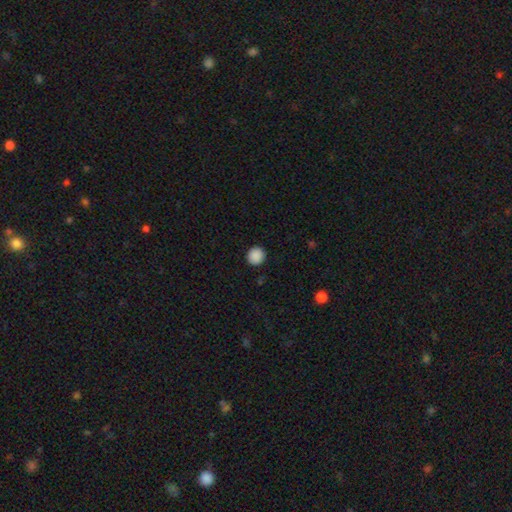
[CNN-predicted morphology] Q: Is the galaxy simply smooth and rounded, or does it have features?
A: smooth — 89%.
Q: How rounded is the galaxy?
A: round — 92%.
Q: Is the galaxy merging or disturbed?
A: none — 92%.